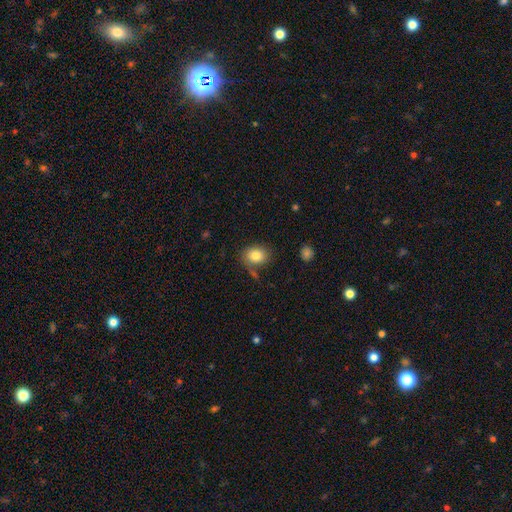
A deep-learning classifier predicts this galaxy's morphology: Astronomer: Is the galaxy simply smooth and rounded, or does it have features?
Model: smooth — 83%.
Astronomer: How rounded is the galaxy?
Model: in between — 53% (runner-up: round, 46%).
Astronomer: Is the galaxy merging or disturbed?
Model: none — 70%.